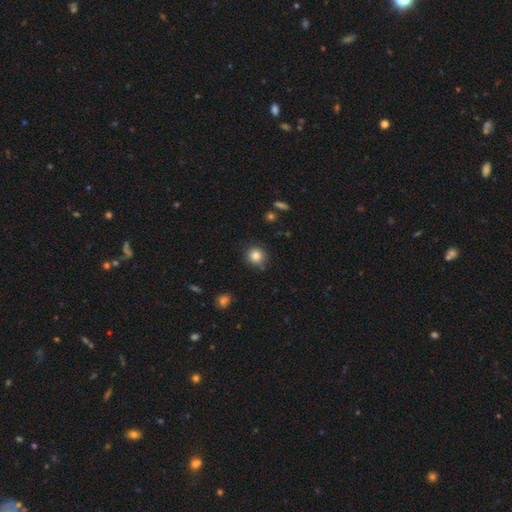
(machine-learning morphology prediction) smooth_or_featured: smooth (p=0.83) [alt: star or artifact p=0.11]
how_rounded: round (p=0.90) [alt: in between p=0.09]
merging: none (p=0.84) [alt: minor disturbance p=0.11]